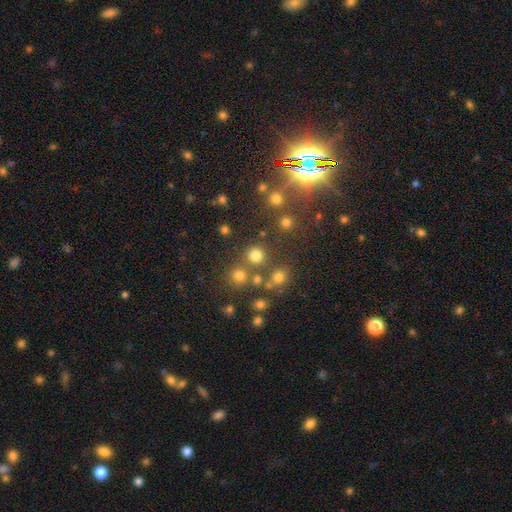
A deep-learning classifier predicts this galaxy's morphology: Smooth or featured: smooth — 77% (star or artifact — 18%)
How rounded: round — 92% (in between — 7%)
Merging: none — 77% (merger — 12%)